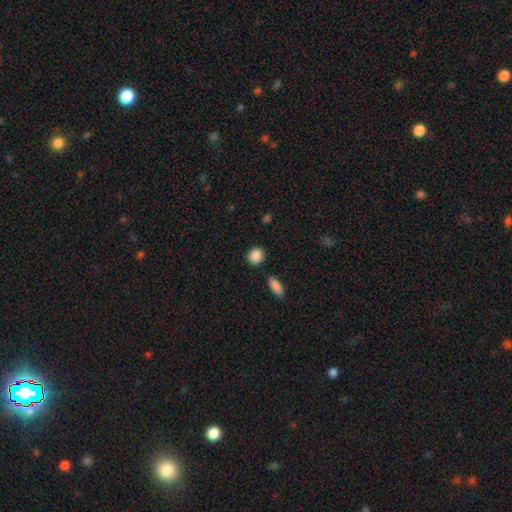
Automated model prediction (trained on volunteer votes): This is clearly a smooth galaxy (89%). How rounded: clearly round (81%). Merging: clearly none (85%).